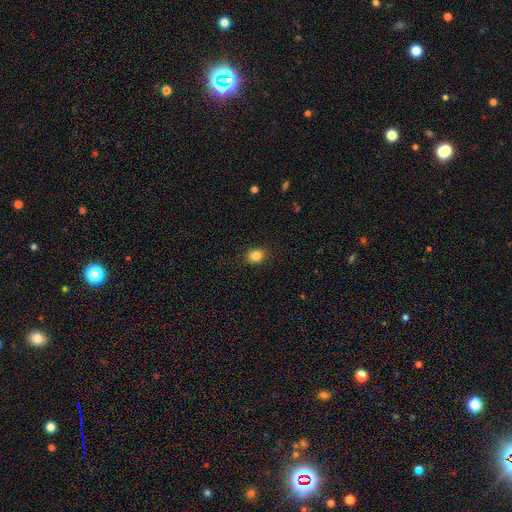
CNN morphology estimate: Smooth or featured?
  - smooth: 84% *
  - star or artifact: 10%
  - featured or disk: 5%
How rounded?
  - round: 52% *
  - in between: 47%
  - cigar-shaped: 1%
Merging?
  - none: 89% *
  - minor disturbance: 8%
  - major disturbance: 2%
  - merger: 1%